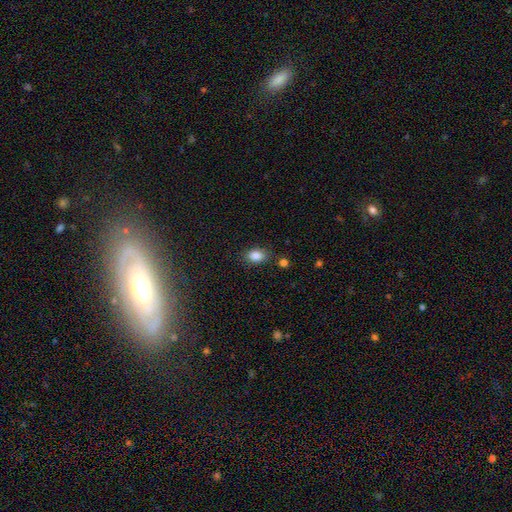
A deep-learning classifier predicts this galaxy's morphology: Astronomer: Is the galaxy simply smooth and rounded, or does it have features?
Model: smooth — 86%.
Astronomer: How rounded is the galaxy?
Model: in between — 78%.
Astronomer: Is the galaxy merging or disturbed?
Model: none — 79%.